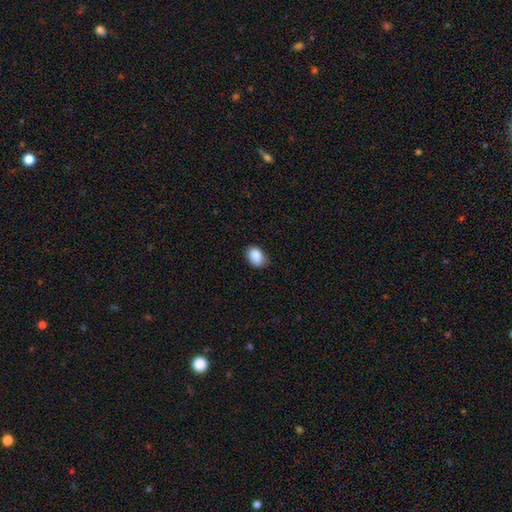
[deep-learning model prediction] Smooth or featured: smooth — 90% (star or artifact — 7%)
How rounded: in between — 80% (round — 19%)
Merging: none — 81% (minor disturbance — 16%)